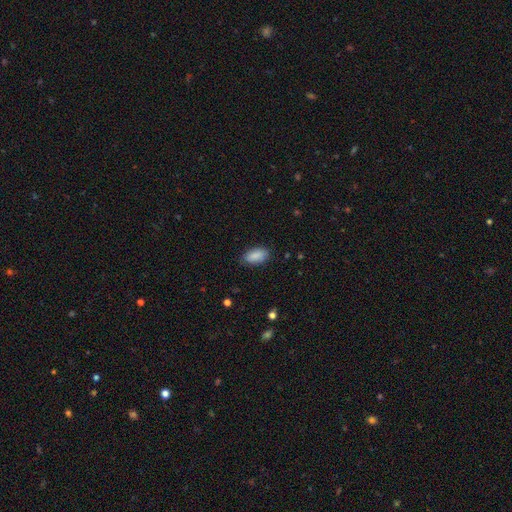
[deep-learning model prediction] A smooth galaxy with no disk features (89%) that is in between round and cigar-shaped (92%). Merging: none (84%).